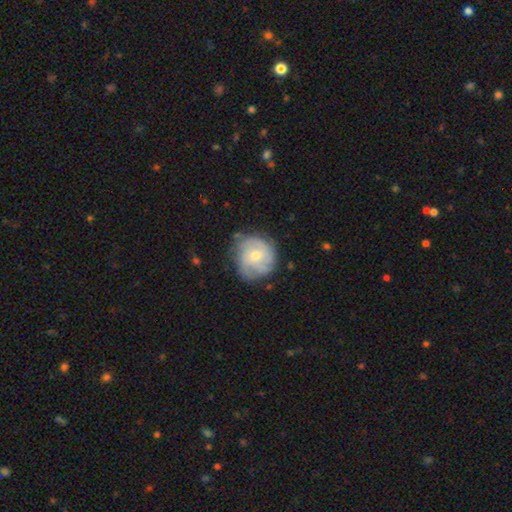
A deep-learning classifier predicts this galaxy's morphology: Q: Smooth or featured?
A: featured or disk (63%); runner-up: smooth (30%)
Q: Edge-on disk?
A: no (98%); runner-up: yes (2%)
Q: Bar?
A: no (74%); runner-up: weak (23%)
Q: Spiral arms?
A: yes (83%); runner-up: no (17%)
Q: Spiral winding?
A: tight (55%); runner-up: medium (33%)
Q: Spiral arm count?
A: can't tell (39%); runner-up: 3 (23%)
Q: Bulge size?
A: moderate (49%); runner-up: small (46%)
Q: Merging?
A: none (71%); runner-up: minor disturbance (20%)